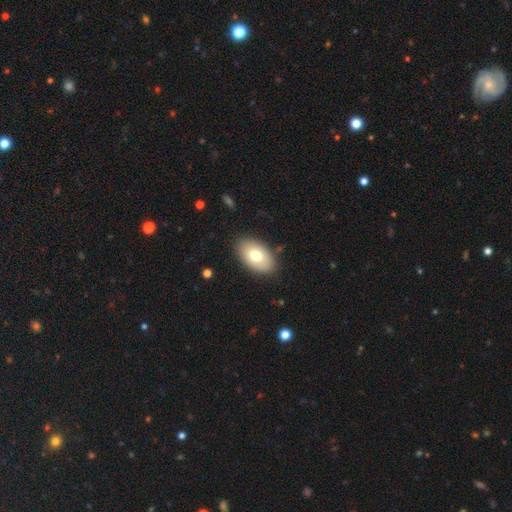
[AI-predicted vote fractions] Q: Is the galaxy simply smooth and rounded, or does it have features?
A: smooth — 73%.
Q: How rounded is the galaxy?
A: in between — 93%.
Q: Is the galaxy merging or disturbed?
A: none — 85%.